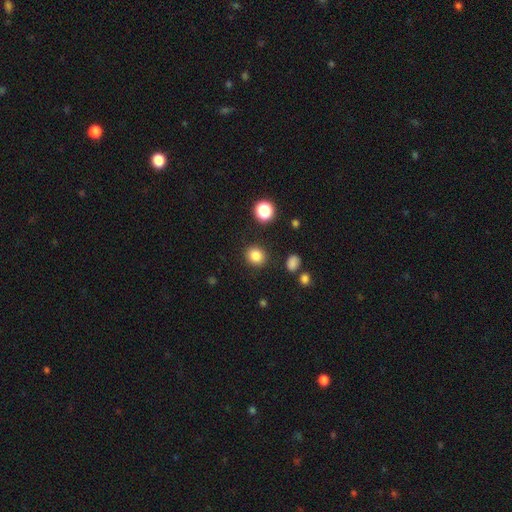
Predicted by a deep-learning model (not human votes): smooth 84%, star or artifact 12%, featured or disk 5%. Down the decision tree: how rounded — round (79%); merging — none (89%).